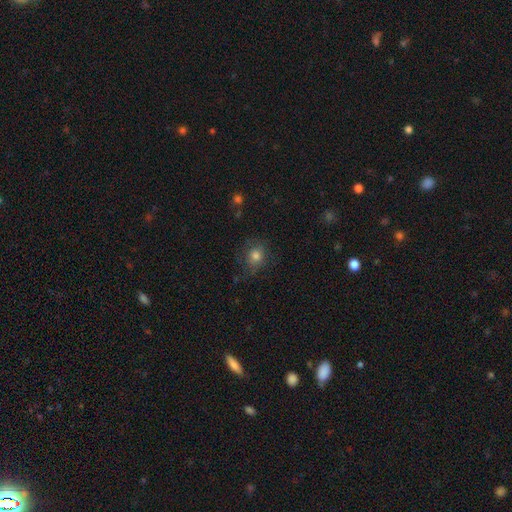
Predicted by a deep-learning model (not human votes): The model was most divided on "how rounded": round: 76%, in between: 23%, cigar-shaped: 1%. More confident: smooth or featured — smooth (76%); merging — none (72%).